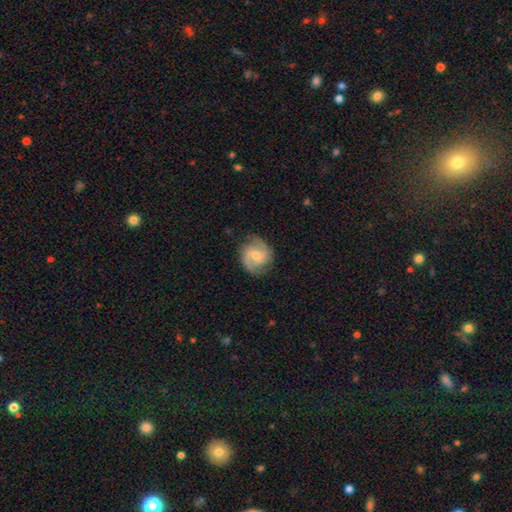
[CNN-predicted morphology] The model was most divided on "bar": no: 49%, weak: 42%, strong: 9%. More confident: edge-on disk — no (98%); spiral arms — yes (96%); spiral arm count — 2 (87%); merging — none (80%); smooth or featured — featured or disk (78%); bulge size — small (53%); spiral winding — medium (51%).